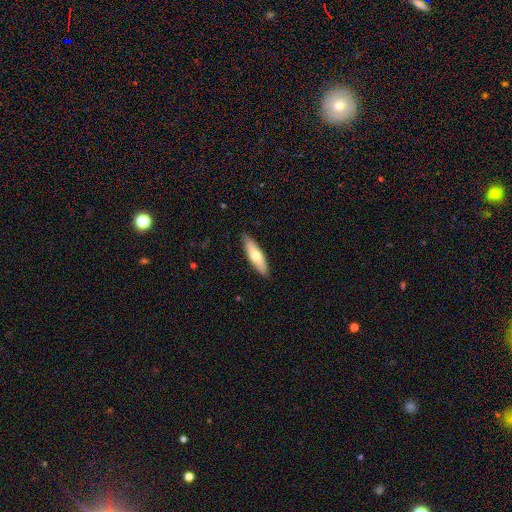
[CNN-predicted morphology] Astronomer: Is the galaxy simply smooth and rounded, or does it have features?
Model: smooth — 63%.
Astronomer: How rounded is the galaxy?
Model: cigar-shaped — 58% (runner-up: in between, 40%).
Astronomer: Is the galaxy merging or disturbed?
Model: none — 88%.